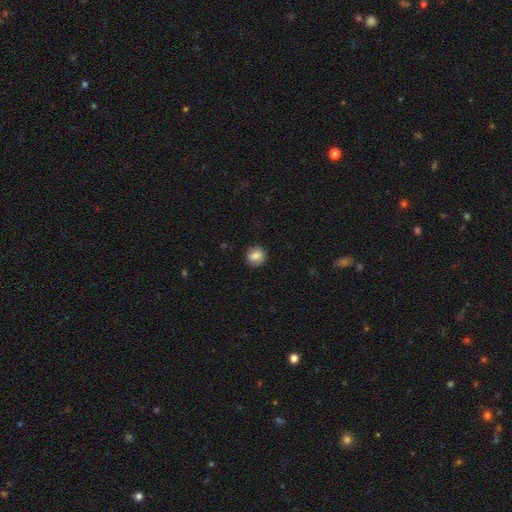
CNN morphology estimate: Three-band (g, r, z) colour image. It shows a smooth galaxy with no disk features (82%) that is round (82%). Merging: none (88%).